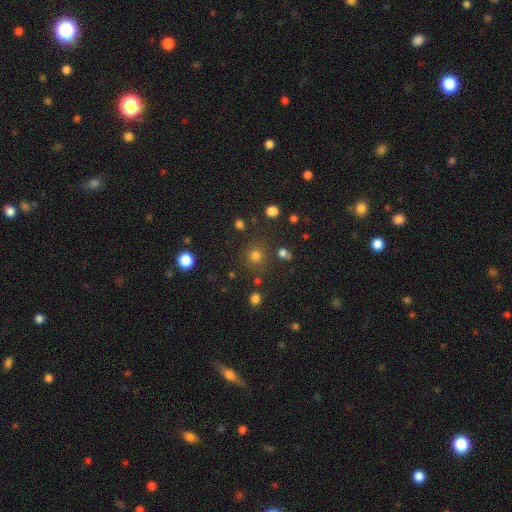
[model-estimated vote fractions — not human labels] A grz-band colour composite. It shows a smooth galaxy with no disk features (74%) that is round (90%). Merging: none (82%).